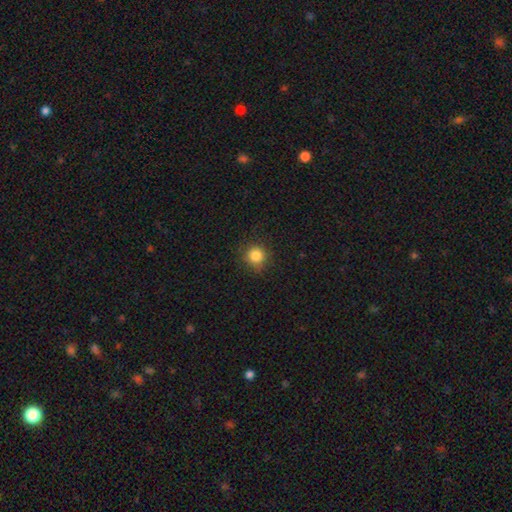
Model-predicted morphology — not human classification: Smooth or featured: smooth — 84% (star or artifact — 11%)
How rounded: round — 93% (in between — 6%)
Merging: none — 86% (minor disturbance — 10%)